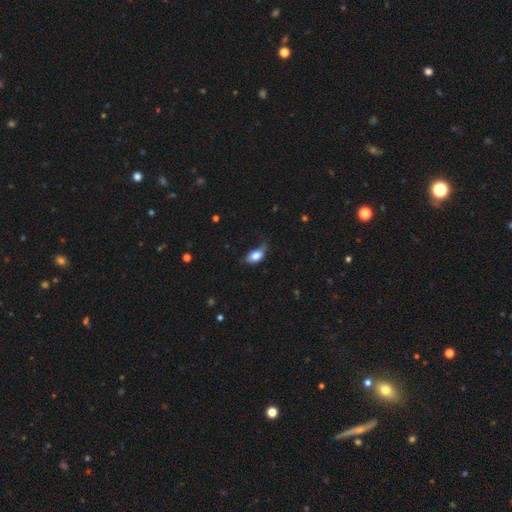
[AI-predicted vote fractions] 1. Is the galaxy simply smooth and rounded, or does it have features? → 78% smooth, 14% featured or disk, 8% star or artifact.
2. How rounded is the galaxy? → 85% in between, 12% round, 4% cigar-shaped.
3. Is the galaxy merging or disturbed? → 40% minor disturbance, 39% none, 18% major disturbance, 3% merger.